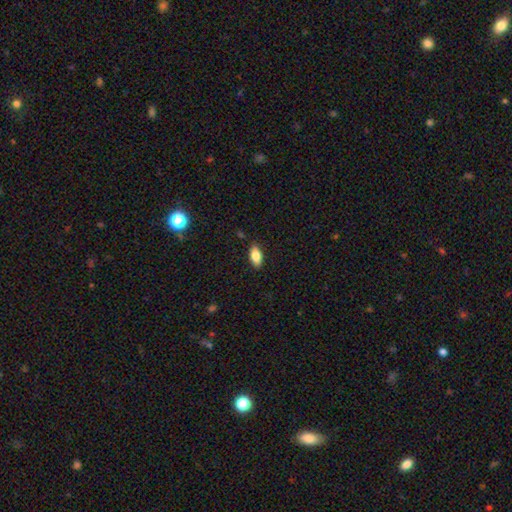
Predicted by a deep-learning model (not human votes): Overall: smooth (83%). How rounded: in between (89%). Merging: none (87%).